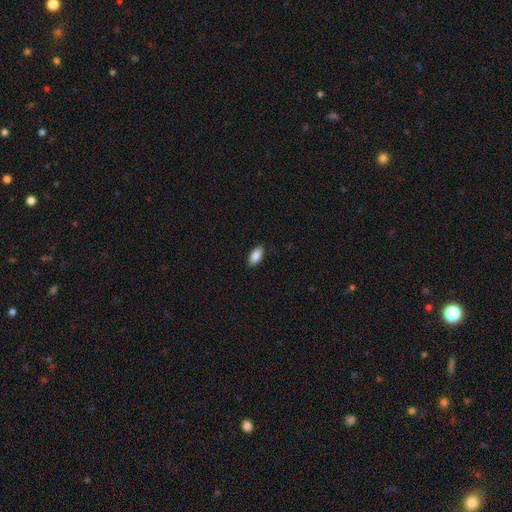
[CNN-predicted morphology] smooth-or-featured: smooth: 85% | featured or disk: 8% | star or artifact: 7%
  how-rounded: in between: 91% | cigar-shaped: 6% | round: 3%
  merging: none: 88% | minor disturbance: 9% | major disturbance: 2% | merger: 1%